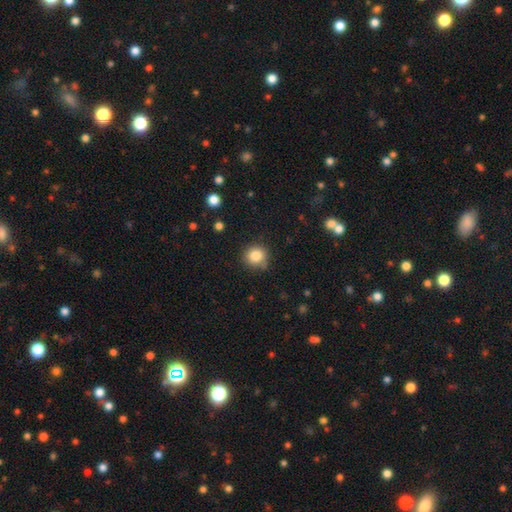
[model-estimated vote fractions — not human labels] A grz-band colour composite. It shows a smooth galaxy with no disk features (84%) that is round (91%). Merging: none (81%).